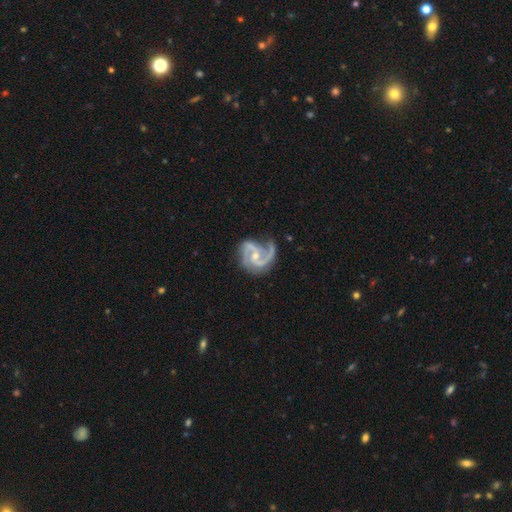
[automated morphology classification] A featured or disk galaxy (93%) with no bar (44%), 2 (77%) medium (61%) spiral arms (98%) and a small central bulge (52%).

Vote fractions:
- Smooth or featured? featured or disk: 93% / star or artifact: 4% / smooth: 3%
- Edge-on disk? no: 98% / yes: 2%
- Bar? no: 44% / weak: 41% / strong: 16%
- Spiral arms? yes: 98% / no: 2%
- Spiral winding? medium: 61% / tight: 21% / loose: 18%
- Spiral arm count? 2: 77% / 3: 14% / can't tell: 3% / 1: 3% / 4: 2% / more than 4: 2%
- Bulge size? small: 52% / moderate: 44% / none: 2% / large: 1% / dominant: 1%
- Merging? none: 63% / minor disturbance: 23% / major disturbance: 12% / merger: 3%